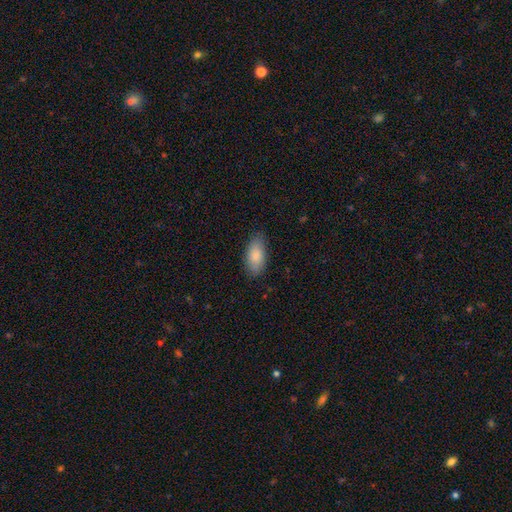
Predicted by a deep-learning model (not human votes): Overall: smooth (84%). How rounded: in between (92%). Merging: none (83%).